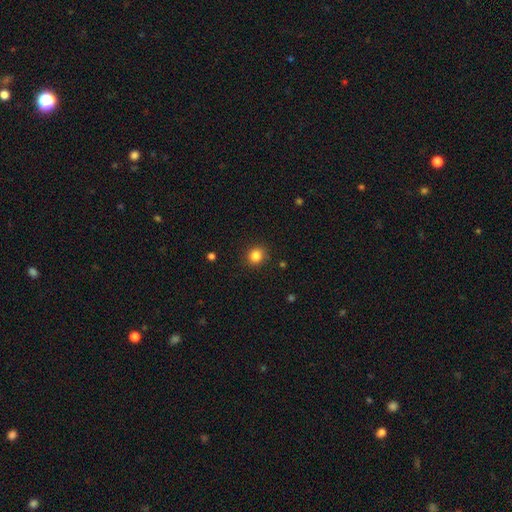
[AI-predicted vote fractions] Smooth or featured?
  - smooth: 85% *
  - star or artifact: 11%
  - featured or disk: 4%
How rounded?
  - round: 82% *
  - in between: 17%
  - cigar-shaped: 1%
Merging?
  - none: 89% *
  - minor disturbance: 8%
  - major disturbance: 2%
  - merger: 1%